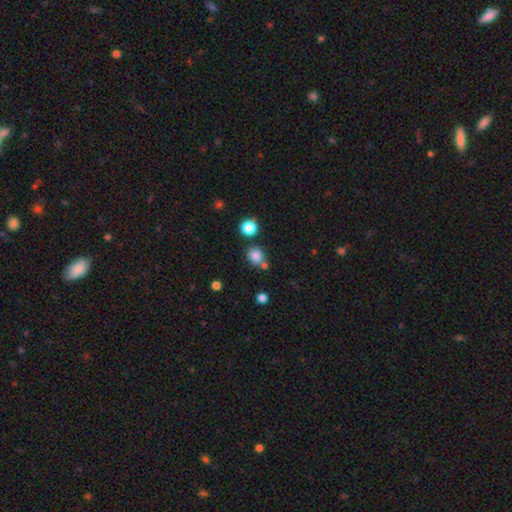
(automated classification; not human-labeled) Overall: smooth (81%). How rounded: round (84%). Merging: none (70%).